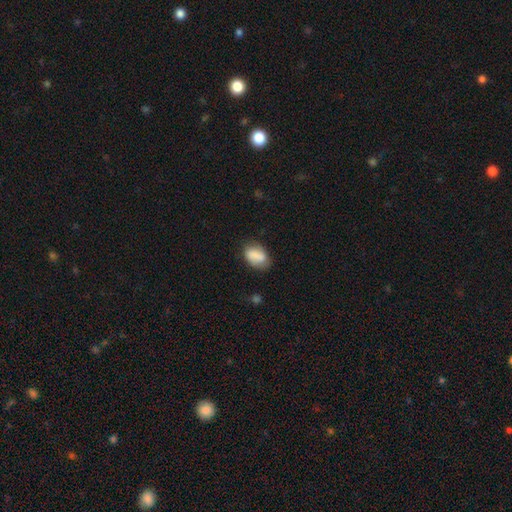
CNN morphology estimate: Smooth or featured: smooth — 82% (featured or disk — 10%)
How rounded: in between — 87% (round — 11%)
Merging: none — 67% (minor disturbance — 24%)